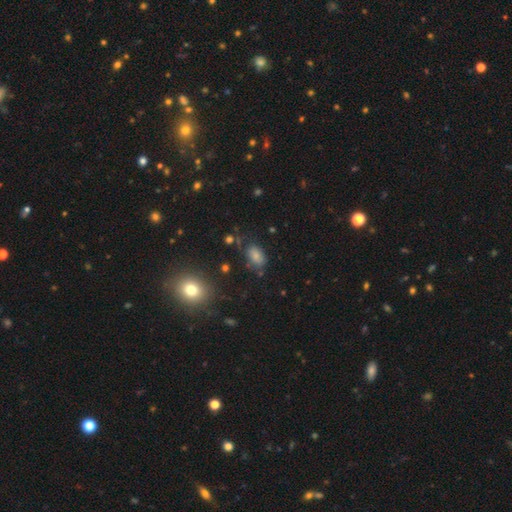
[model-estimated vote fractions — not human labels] Q: Smooth or featured?
A: smooth (74%); runner-up: star or artifact (15%)
Q: How rounded?
A: in between (89%); runner-up: round (9%)
Q: Merging?
A: none (64%); runner-up: minor disturbance (23%)